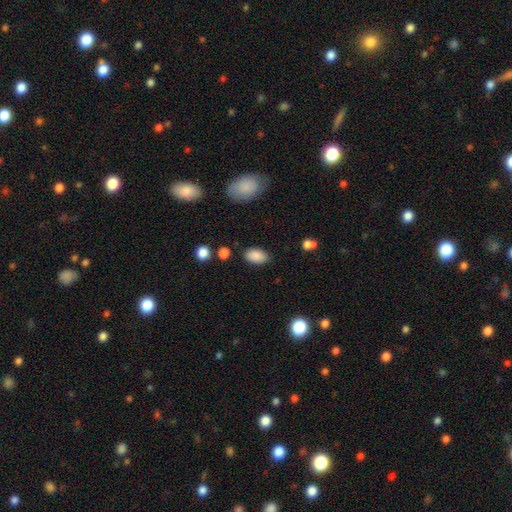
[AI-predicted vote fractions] Q: Smooth or featured?
A: smooth (88%); runner-up: star or artifact (8%)
Q: How rounded?
A: in between (92%); runner-up: round (6%)
Q: Merging?
A: none (83%); runner-up: minor disturbance (11%)